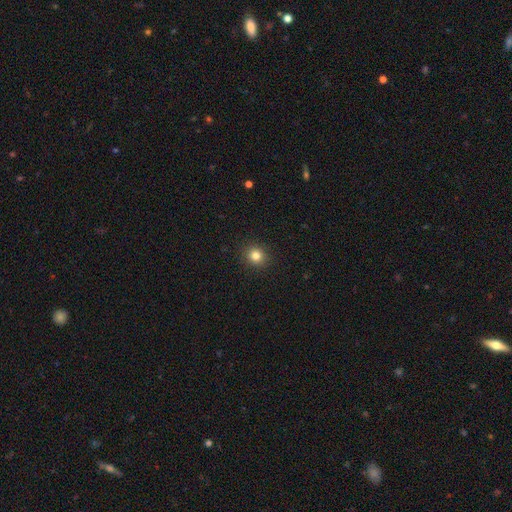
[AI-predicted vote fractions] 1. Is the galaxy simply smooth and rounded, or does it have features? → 82% smooth, 12% star or artifact, 6% featured or disk.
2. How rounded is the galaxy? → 87% round, 12% in between, 1% cigar-shaped.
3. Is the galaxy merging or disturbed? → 92% none, 5% minor disturbance, 2% major disturbance, 1% merger.